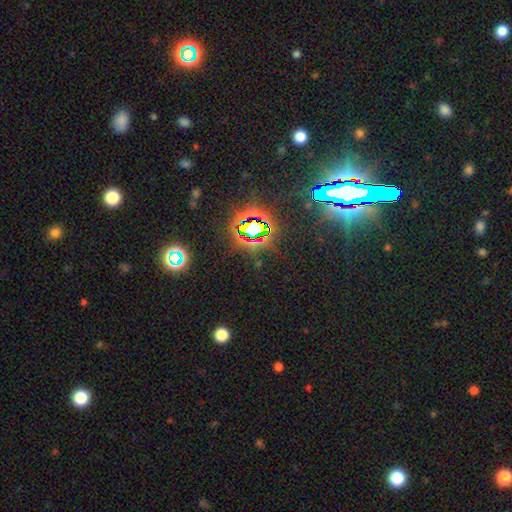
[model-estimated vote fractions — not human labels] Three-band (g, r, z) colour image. It shows a star or artifact, not a galaxy (81%).